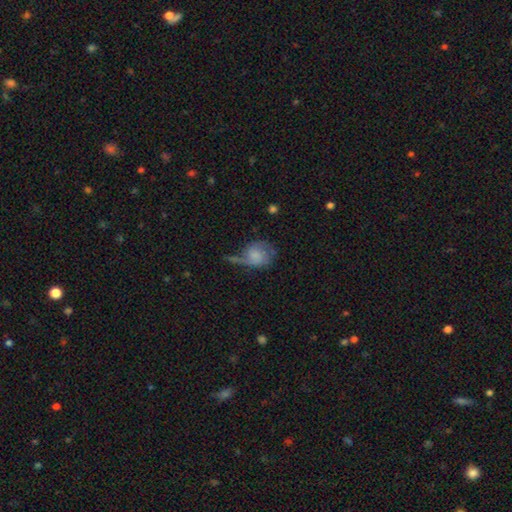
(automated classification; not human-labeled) Smooth or featured?
  - smooth: 48% *
  - featured or disk: 43%
  - star or artifact: 9%
Merging?
  - major disturbance: 35% *
  - none: 30%
  - minor disturbance: 27%
  - merger: 8%